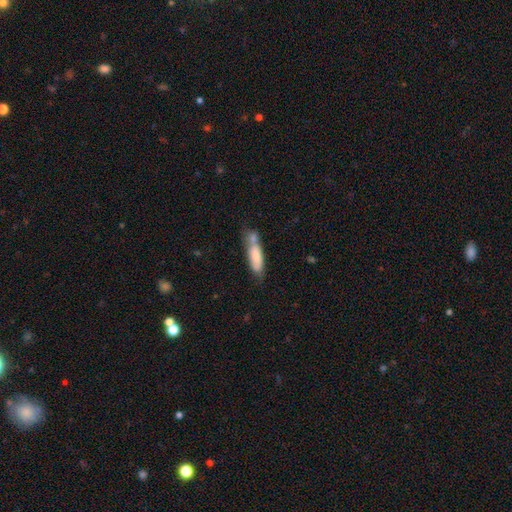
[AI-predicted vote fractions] The model was most divided on "merging": merger: 39%, none: 35%, minor disturbance: 18%, major disturbance: 7%. More confident: smooth or featured — smooth (73%); how rounded — cigar-shaped (53%).